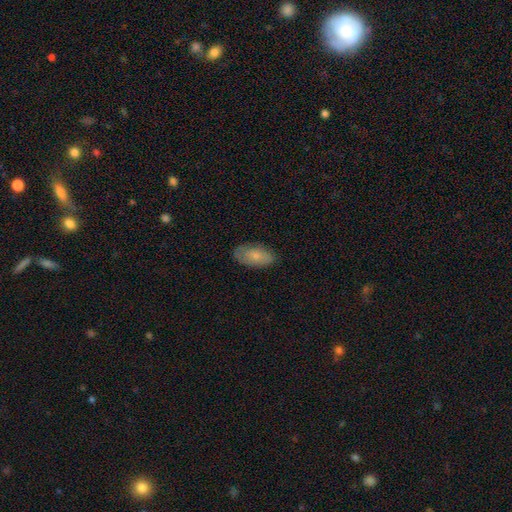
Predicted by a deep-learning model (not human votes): Q: Smooth or featured?
A: smooth (69%); runner-up: featured or disk (24%)
Q: How rounded?
A: in between (92%); runner-up: cigar-shaped (6%)
Q: Merging?
A: none (78%); runner-up: minor disturbance (17%)